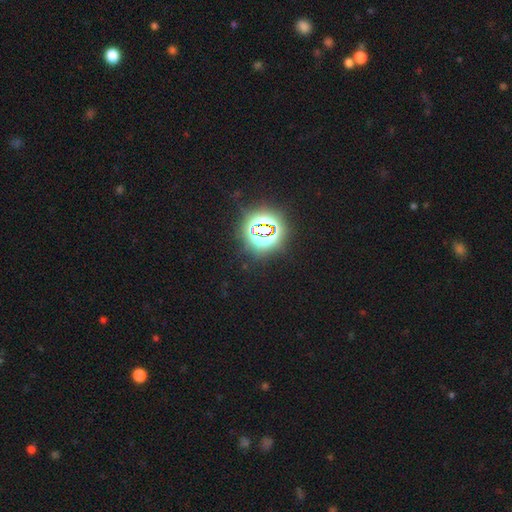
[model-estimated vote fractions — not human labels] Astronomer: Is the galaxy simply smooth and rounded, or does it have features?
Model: star or artifact — 84%.